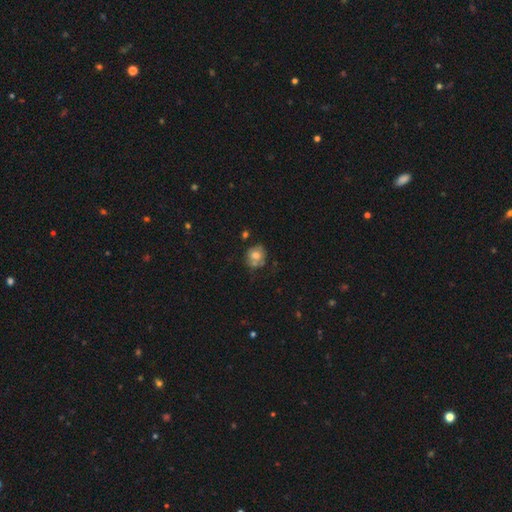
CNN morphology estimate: Smooth or featured?
  - smooth: 61% *
  - featured or disk: 29%
  - star or artifact: 10%
How rounded?
  - round: 70% *
  - in between: 29%
  - cigar-shaped: 1%
Merging?
  - none: 53% *
  - minor disturbance: 25%
  - merger: 13%
  - major disturbance: 9%